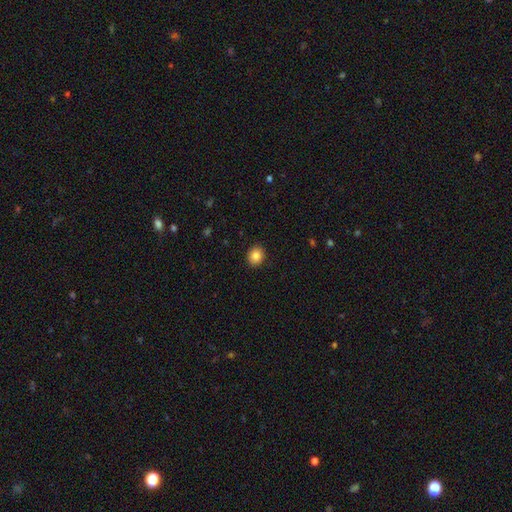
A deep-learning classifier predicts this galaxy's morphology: A smooth galaxy with no disk features (86%) that is round (74%).

Vote fractions:
- Smooth or featured? smooth: 86% / star or artifact: 9% / featured or disk: 5%
- How rounded? round: 74% / in between: 25% / cigar-shaped: 1%
- Merging? none: 92% / minor disturbance: 6% / major disturbance: 2% / merger: 1%